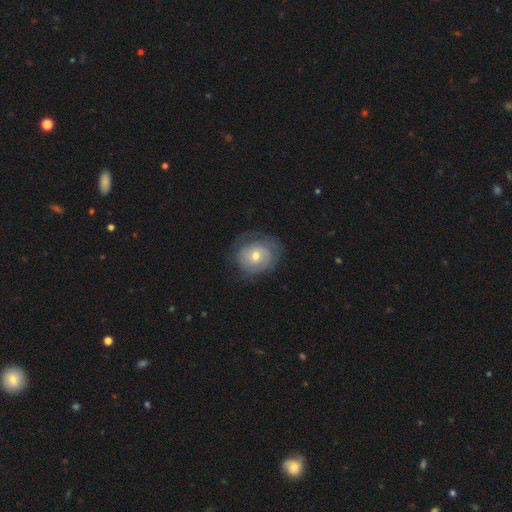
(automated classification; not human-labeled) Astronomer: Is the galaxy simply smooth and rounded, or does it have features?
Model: featured or disk — 61%.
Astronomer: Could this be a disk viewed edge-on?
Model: no — 97%.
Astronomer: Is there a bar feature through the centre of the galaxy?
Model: no — 73%.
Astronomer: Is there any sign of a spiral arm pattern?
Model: yes — 80%.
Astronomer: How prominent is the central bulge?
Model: moderate — 57% (runner-up: small, 38%).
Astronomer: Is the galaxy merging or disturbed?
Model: none — 68%.